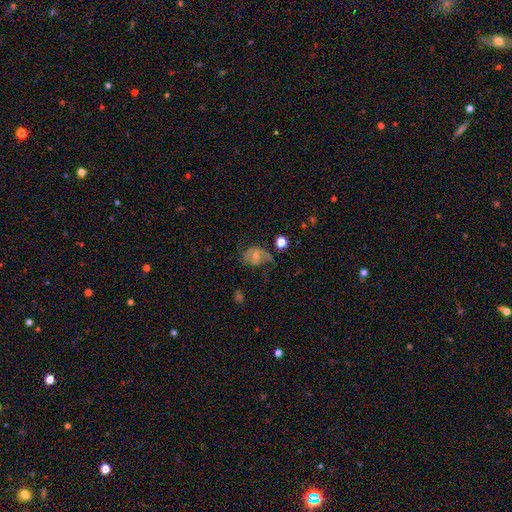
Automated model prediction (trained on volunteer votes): Smooth or featured?
  - featured or disk: 53% *
  - smooth: 36%
  - star or artifact: 11%
Edge-on disk?
  - no: 96% *
  - yes: 4%
Bar?
  - no: 59% *
  - weak: 31%
  - strong: 10%
Spiral arms?
  - yes: 72% *
  - no: 28%
Bulge size?
  - moderate: 48% *
  - small: 43%
  - none: 4%
  - large: 3%
  - dominant: 1%
Merging?
  - none: 39% *
  - major disturbance: 30%
  - minor disturbance: 27%
  - merger: 4%